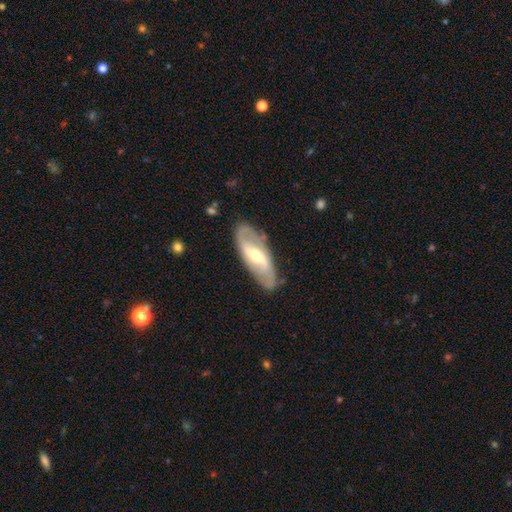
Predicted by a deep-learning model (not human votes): featured or disk 76%, smooth 19%, star or artifact 5%. Down the decision tree: edge-on disk — no (88%); bar — weak (41%, tied with strong); spiral arms — yes (85%); spiral arm count — 2 (85%); spiral winding — loose (51%); bulge size — moderate (53%); merging — none (79%).